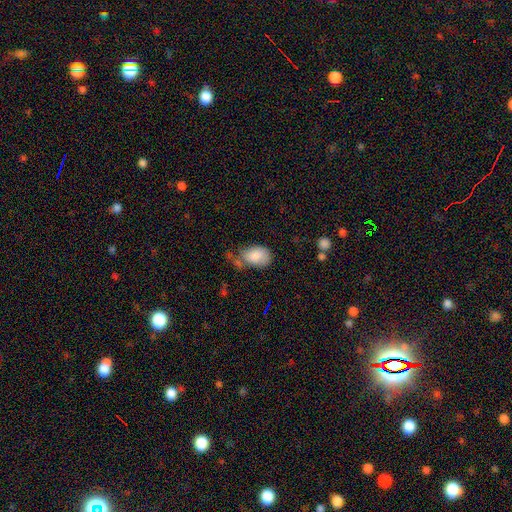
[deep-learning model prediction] The model was most divided on "merging": none: 41%, minor disturbance: 32%, major disturbance: 15%, merger: 12%. More confident: smooth or featured — smooth (84%); how rounded — in between (84%).